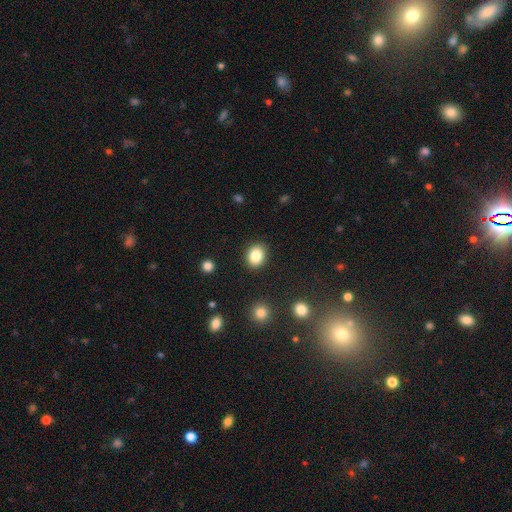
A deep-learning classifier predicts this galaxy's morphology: Q: Smooth or featured?
A: smooth (84%); runner-up: star or artifact (9%)
Q: How rounded?
A: round (51%); runner-up: in between (49%)
Q: Merging?
A: none (88%); runner-up: minor disturbance (8%)